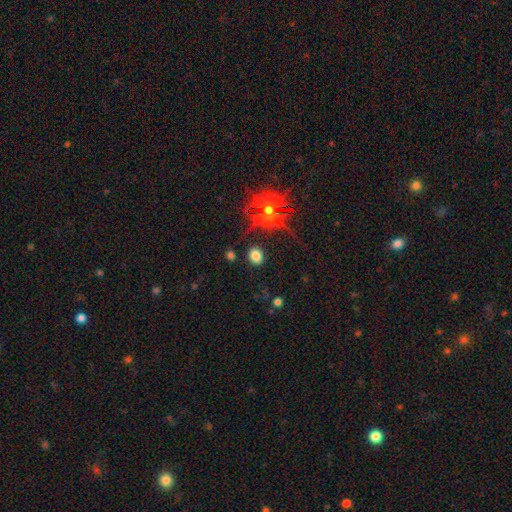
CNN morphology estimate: Q: Smooth or featured?
A: smooth (73%); runner-up: star or artifact (21%)
Q: How rounded?
A: round (50%); runner-up: in between (48%)
Q: Merging?
A: none (85%); runner-up: minor disturbance (9%)